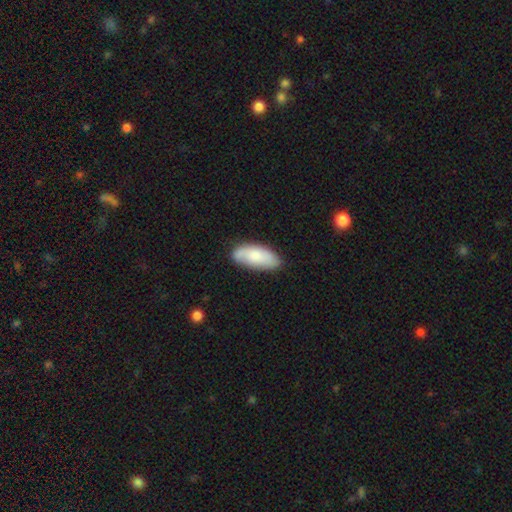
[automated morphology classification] A smooth galaxy with no disk features (72%) that is in between round and cigar-shaped (88%). Merging: none (73%).